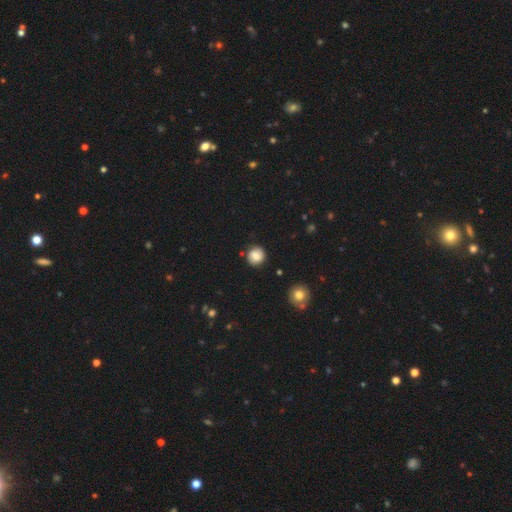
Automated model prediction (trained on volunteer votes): Smooth or featured: smooth — 82% (star or artifact — 9%)
How rounded: round — 91% (in between — 8%)
Merging: none — 84% (minor disturbance — 11%)